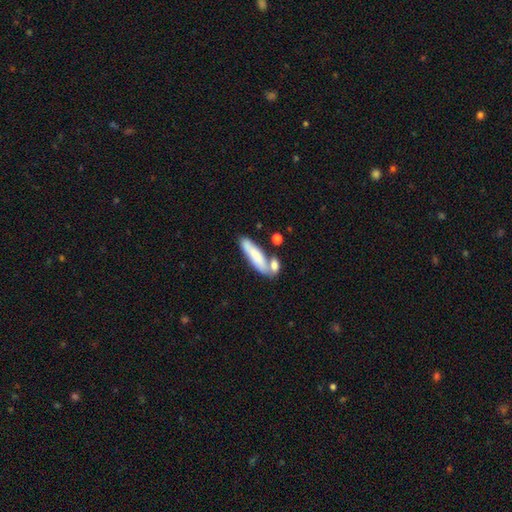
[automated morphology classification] Smooth or featured: smooth — 72% (featured or disk — 22%)
How rounded: cigar-shaped — 67% (in between — 31%)
Merging: none — 48% (merger — 32%)